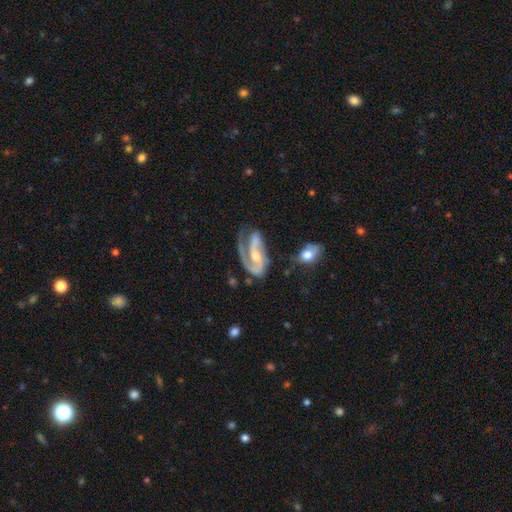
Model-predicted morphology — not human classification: A featured or disk galaxy (87%) with a weak bar (38%), 2 (61%) medium (48%) spiral arms (95%) and a small central bulge (46%).

Vote fractions:
- Smooth or featured? featured or disk: 87% / smooth: 8% / star or artifact: 5%
- Edge-on disk? no: 97% / yes: 3%
- Bar? weak: 38% / no: 37% / strong: 25%
- Spiral arms? yes: 95% / no: 5%
- Spiral winding? medium: 48% / tight: 28% / loose: 25%
- Spiral arm count? 2: 61% / 1: 30% / can't tell: 5% / 3: 2% / 4: 1% / more than 4: 1%
- Bulge size? small: 46% / moderate: 44% / none: 5% / large: 4% / dominant: 1%
- Merging? none: 40% / major disturbance: 30% / minor disturbance: 21% / merger: 9%